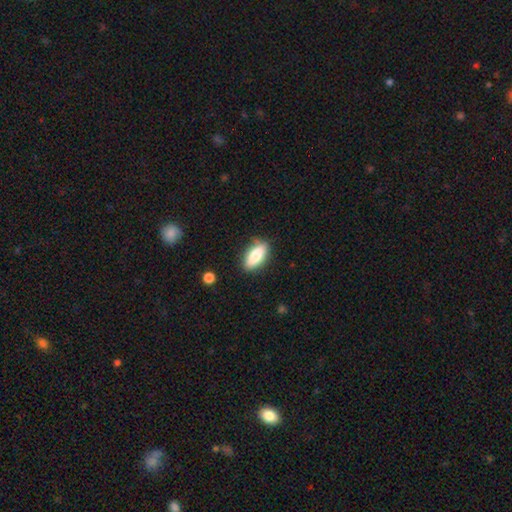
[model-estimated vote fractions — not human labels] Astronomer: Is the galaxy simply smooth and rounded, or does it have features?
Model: smooth — 78%.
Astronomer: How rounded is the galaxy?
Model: in between — 81%.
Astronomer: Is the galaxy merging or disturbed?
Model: none — 82%.